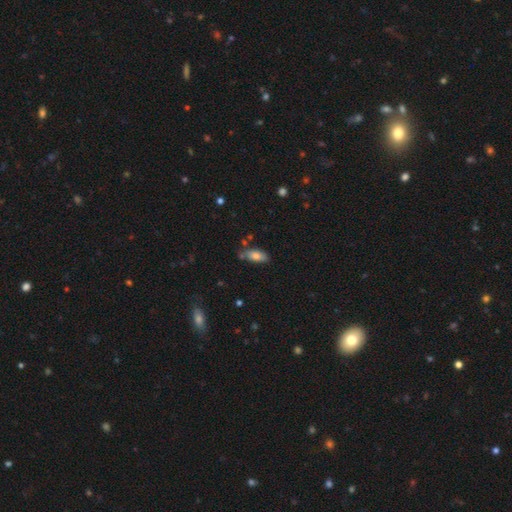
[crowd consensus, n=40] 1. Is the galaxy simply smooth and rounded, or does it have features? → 78% smooth, 12% featured or disk, 10% star or artifact.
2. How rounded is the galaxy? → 90% in between, 6% cigar-shaped, 3% round.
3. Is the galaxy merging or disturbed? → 78% none, 19% minor disturbance, 3% major disturbance, 0% merger.